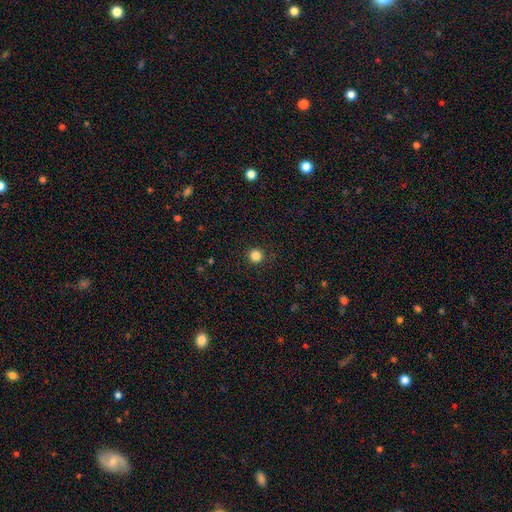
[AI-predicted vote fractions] Morphology: type=smooth (84%); roundness=round (95%); merging=none (92%).